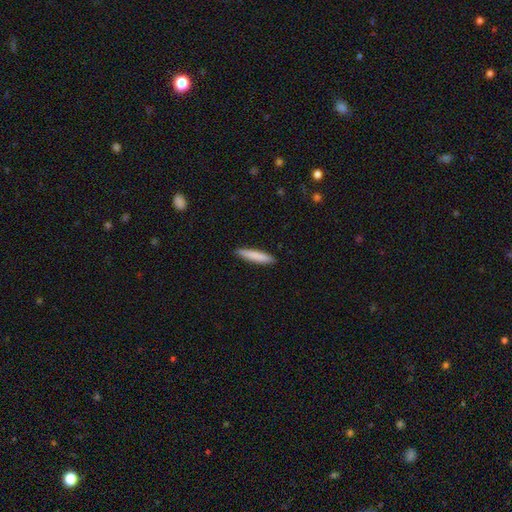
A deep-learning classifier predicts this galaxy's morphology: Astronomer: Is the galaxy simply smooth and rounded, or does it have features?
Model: smooth — 83%.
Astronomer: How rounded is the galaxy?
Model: cigar-shaped — 89%.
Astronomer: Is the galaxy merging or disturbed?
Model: none — 90%.